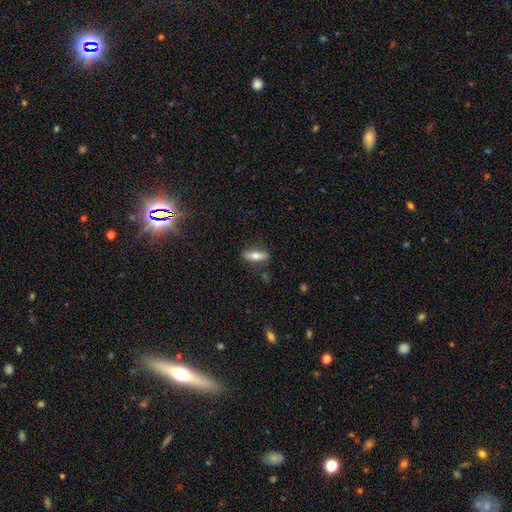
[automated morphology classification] Overall: smooth (73%). How rounded: in between (58%; cigar-shaped 40%). Merging: none (81%).